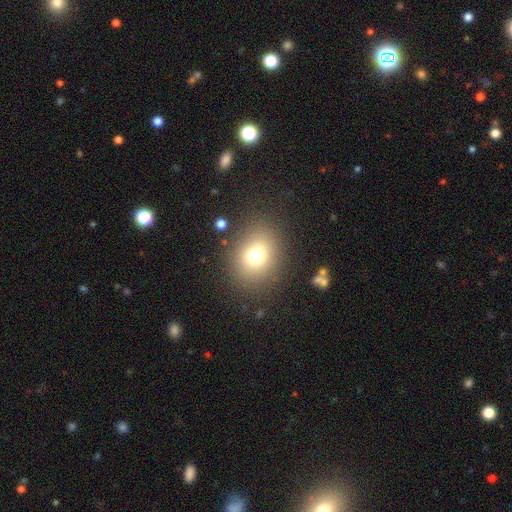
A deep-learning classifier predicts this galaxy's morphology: A smooth galaxy with no disk features (72%) that is round (58%). Merging: none (81%).